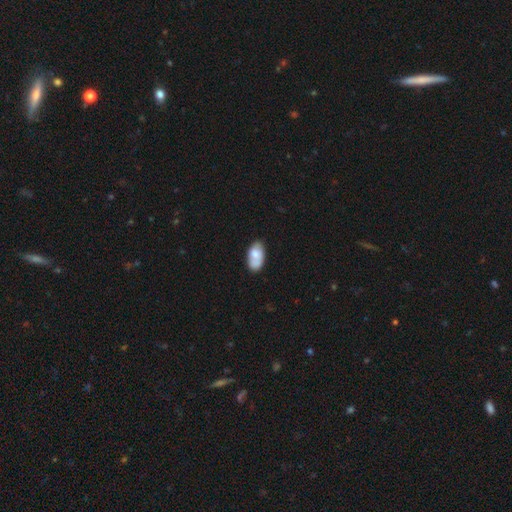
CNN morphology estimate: Overall: smooth (70%). How rounded: in between (93%). Merging: none (59%; minor disturbance 23%).